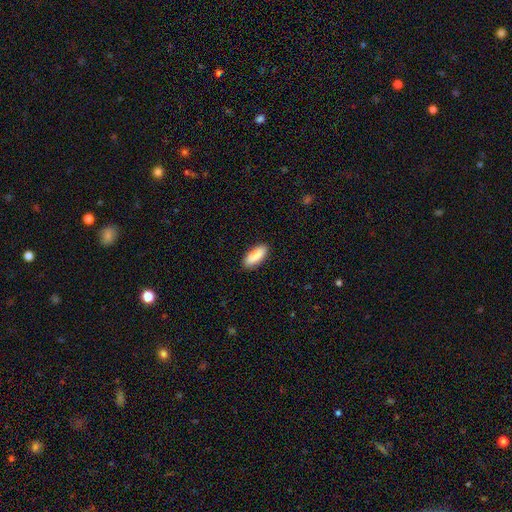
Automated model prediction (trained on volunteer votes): Q: Smooth or featured?
A: smooth (85%); runner-up: featured or disk (9%)
Q: How rounded?
A: in between (76%); runner-up: cigar-shaped (22%)
Q: Merging?
A: none (89%); runner-up: minor disturbance (8%)